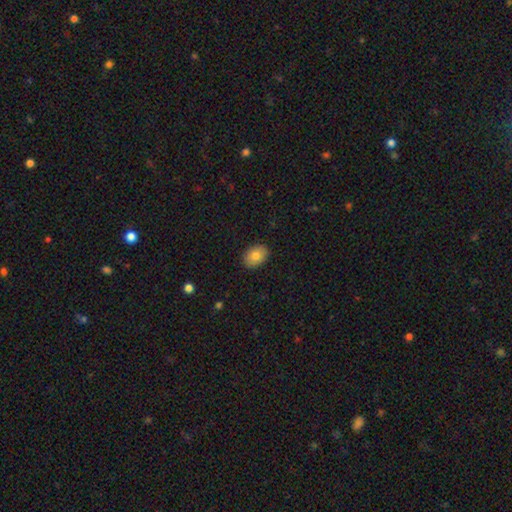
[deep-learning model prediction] smooth-or-featured: smooth: 82% | featured or disk: 10% | star or artifact: 8%
  how-rounded: in between: 80% | round: 19% | cigar-shaped: 1%
  merging: none: 89% | minor disturbance: 8% | major disturbance: 2% | merger: 1%